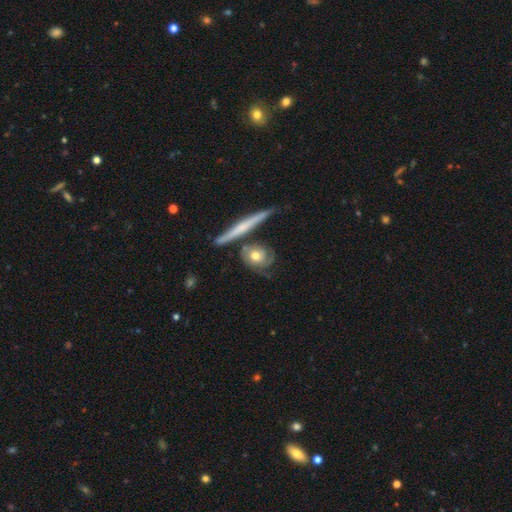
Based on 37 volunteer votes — Smooth or featured? featured or disk (54%)
Edge-on disk? no (80%)
Bar? no (75%)
Spiral arms? yes (75%)
Spiral winding? tight (58%)
Spiral arm count? 2 (75%)
Bulge size? moderate (100%)
Merging? none (51%)